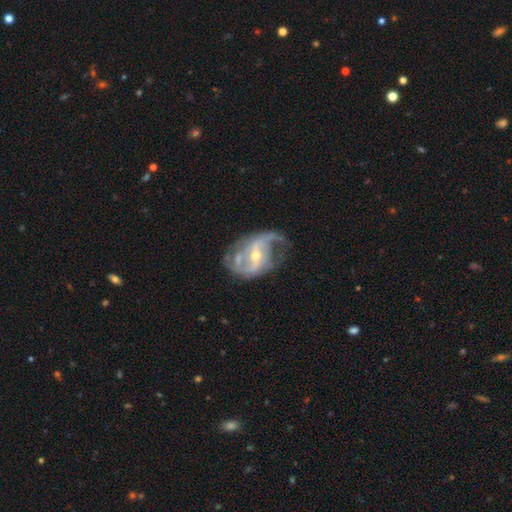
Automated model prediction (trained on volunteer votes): A featured or disk galaxy (88%) with a weak bar (42%), 2 (72%) loose (43%) spiral arms (94%) and a small central bulge (52%).

Vote fractions:
- Smooth or featured? featured or disk: 88% / star or artifact: 6% / smooth: 6%
- Edge-on disk? no: 97% / yes: 3%
- Bar? weak: 42% / strong: 37% / no: 21%
- Spiral arms? yes: 94% / no: 6%
- Spiral winding? loose: 43% / medium: 42% / tight: 15%
- Spiral arm count? 2: 72% / can't tell: 10% / 3: 7% / 1: 6% / 4: 2% / more than 4: 2%
- Bulge size? small: 52% / moderate: 45% / large: 1% / none: 1% / dominant: 1%
- Merging? none: 51% / minor disturbance: 24% / major disturbance: 22% / merger: 3%